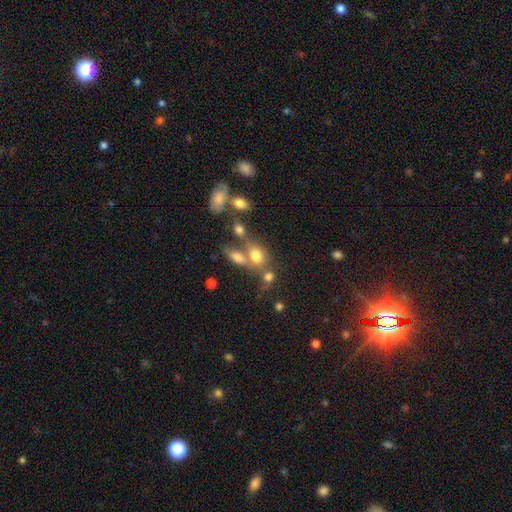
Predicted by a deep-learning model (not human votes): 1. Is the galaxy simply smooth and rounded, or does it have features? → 72% smooth, 14% featured or disk, 13% star or artifact.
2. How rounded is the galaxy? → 55% in between, 42% round, 3% cigar-shaped.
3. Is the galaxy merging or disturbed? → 40% none (tied), 40% merger (tied), 12% minor disturbance, 8% major disturbance.